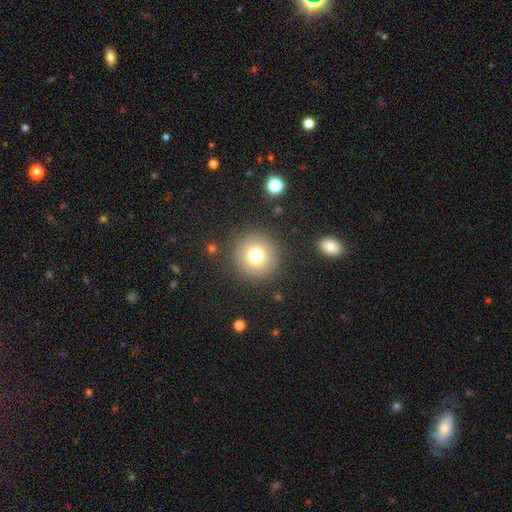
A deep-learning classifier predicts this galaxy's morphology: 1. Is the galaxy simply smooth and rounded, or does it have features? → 75% smooth, 14% star or artifact, 11% featured or disk.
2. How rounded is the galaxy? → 96% round, 3% in between, 1% cigar-shaped.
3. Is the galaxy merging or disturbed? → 89% none, 6% minor disturbance, 3% major disturbance, 2% merger.